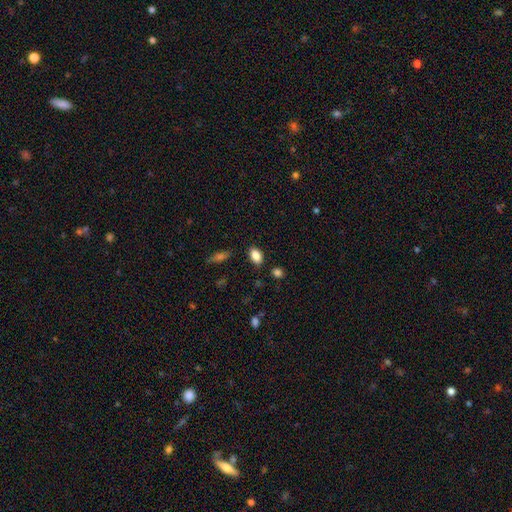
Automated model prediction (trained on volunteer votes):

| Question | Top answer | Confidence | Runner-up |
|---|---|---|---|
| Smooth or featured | smooth | 87% | star or artifact (8%) |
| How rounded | in between | 88% | round (10%) |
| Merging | none | 85% | minor disturbance (11%) |